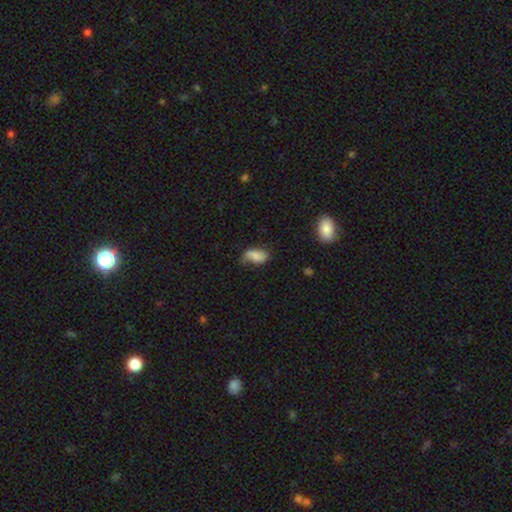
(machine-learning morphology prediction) Smooth or featured: smooth — 70% (featured or disk — 21%)
How rounded: in between — 92% (round — 5%)
Merging: none — 48% (minor disturbance — 35%)